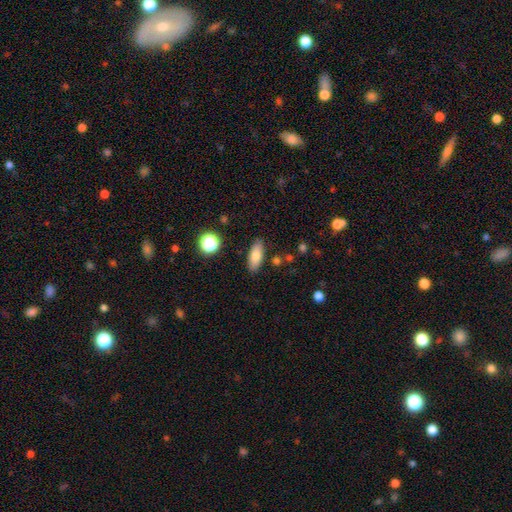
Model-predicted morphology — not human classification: smooth 78%, featured or disk 13%, star or artifact 9%. Down the decision tree: how rounded — in between (75%); merging — none (86%).